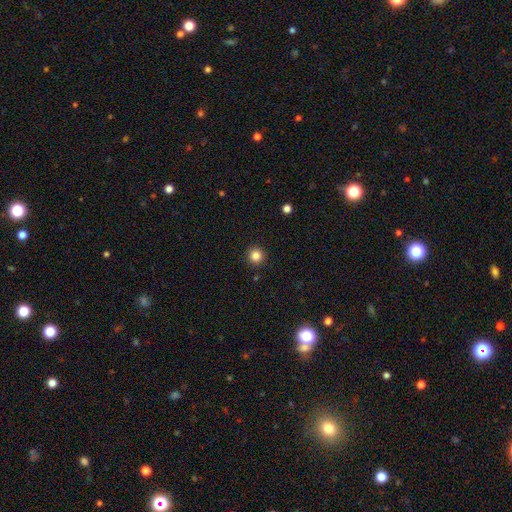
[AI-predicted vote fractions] The model was most divided on "smooth or featured": smooth: 84%, star or artifact: 11%, featured or disk: 4%. More confident: how rounded — round (95%); merging — none (92%).